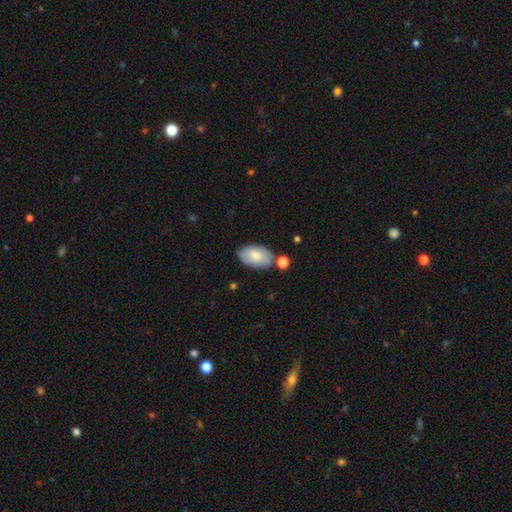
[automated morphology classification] A smooth galaxy with no disk features (76%) that is in between round and cigar-shaped (94%). Merging: none (71%).